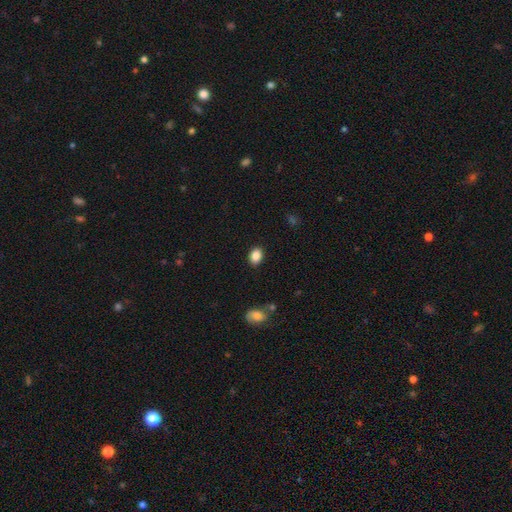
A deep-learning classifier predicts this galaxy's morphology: type=smooth (87%); roundness=in between (73%); merging=none (88%).